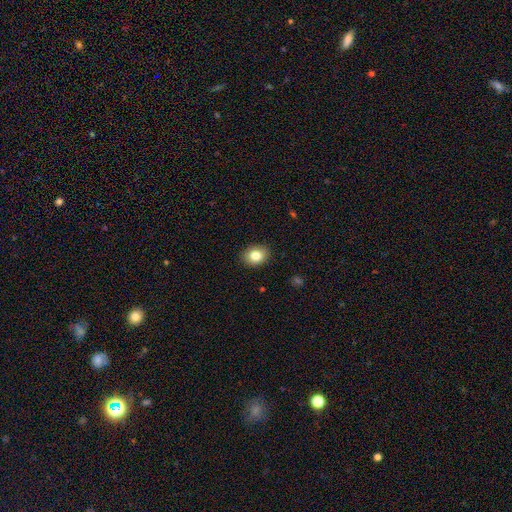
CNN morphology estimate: This appears to be a smooth galaxy with no disk features (82%) that is in between round and cigar-shaped (56%). Merging: none (89%).